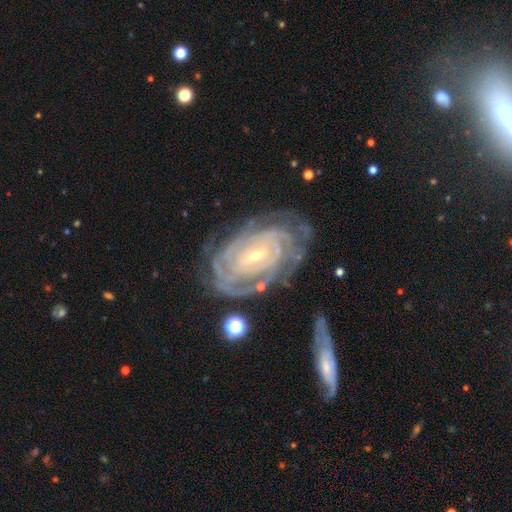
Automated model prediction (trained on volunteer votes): featured or disk 89%, smooth 6%, star or artifact 5%. Down the decision tree: edge-on disk — no (96%); bar — weak (44%); spiral arms — yes (96%); spiral arm count — can't tell (35%); spiral winding — tight (81%); bulge size — small (73%); merging — none (66%).